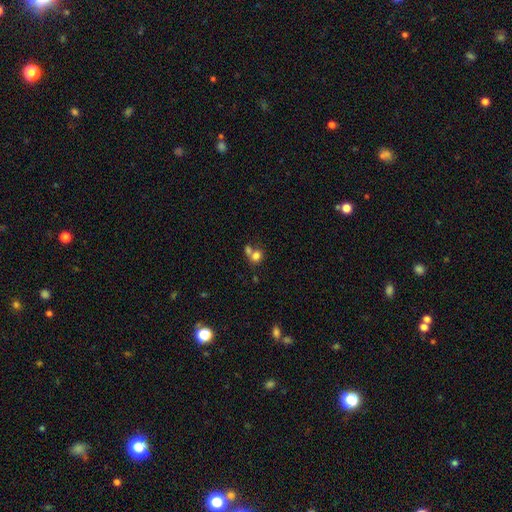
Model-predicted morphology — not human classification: This is likely a smooth galaxy (76%). How rounded: likely round (70%). Merging: possibly merger (49%).